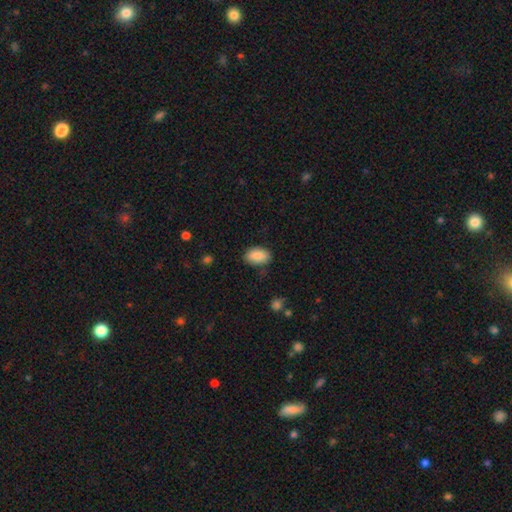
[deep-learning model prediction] smooth_or_featured: smooth (p=0.86) [alt: star or artifact p=0.07]
how_rounded: in between (p=0.91) [alt: round p=0.07]
merging: none (p=0.80) [alt: minor disturbance p=0.15]